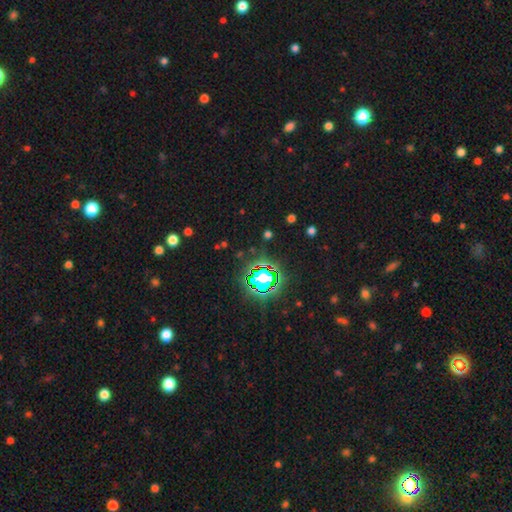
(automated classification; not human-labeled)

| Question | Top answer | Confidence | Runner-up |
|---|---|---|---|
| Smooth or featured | star or artifact | 81% | smooth (11%) |